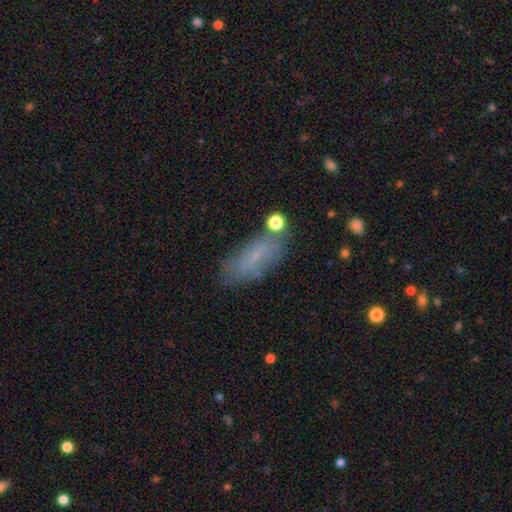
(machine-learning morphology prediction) type=smooth (68%); roundness=in between (74%); merging=none (69%).